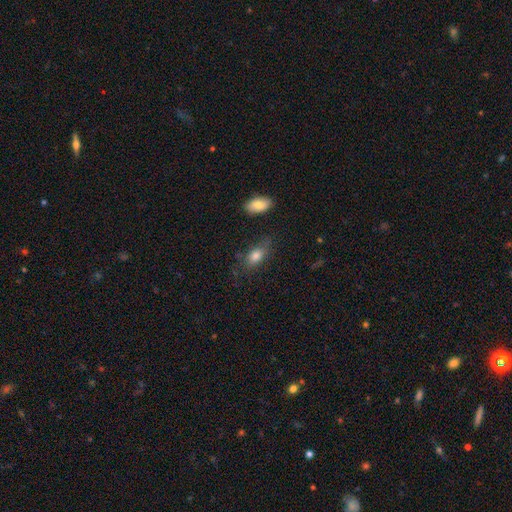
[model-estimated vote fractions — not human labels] A smooth galaxy with no disk features (80%) that is in between round and cigar-shaped (85%).

Vote fractions:
- Smooth or featured? smooth: 80% / featured or disk: 11% / star or artifact: 9%
- How rounded? in between: 85% / round: 10% / cigar-shaped: 5%
- Merging? none: 66% / minor disturbance: 21% / major disturbance: 8% / merger: 5%